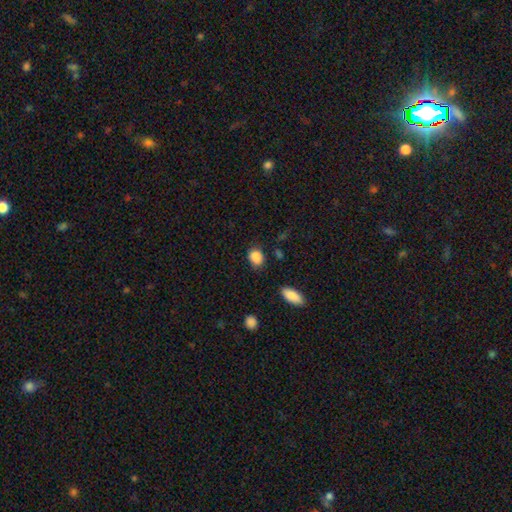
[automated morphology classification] Smooth or featured? Predicted: smooth (p=0.86). How rounded? Predicted: in between (p=0.53). Merging? Predicted: none (p=0.69).